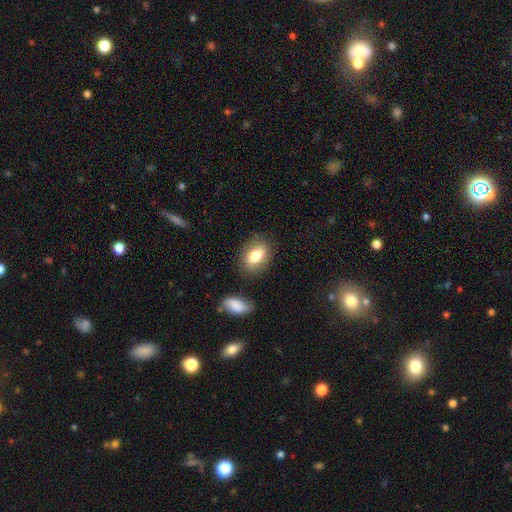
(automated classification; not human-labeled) Morphology: type=smooth (78%); roundness=in between (79%); merging=none (79%).